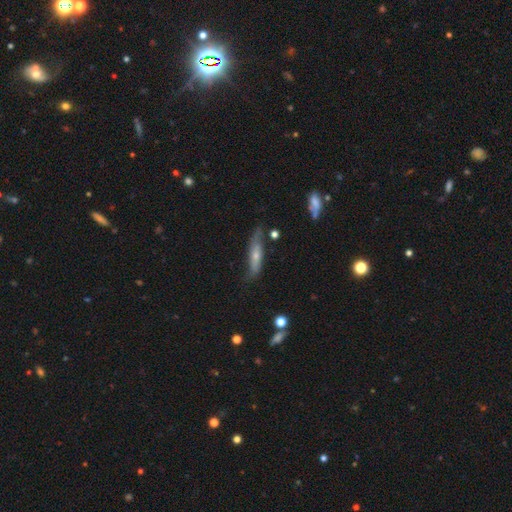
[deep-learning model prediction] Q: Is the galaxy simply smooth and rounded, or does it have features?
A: smooth — 47%.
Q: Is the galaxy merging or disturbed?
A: none — 60%.